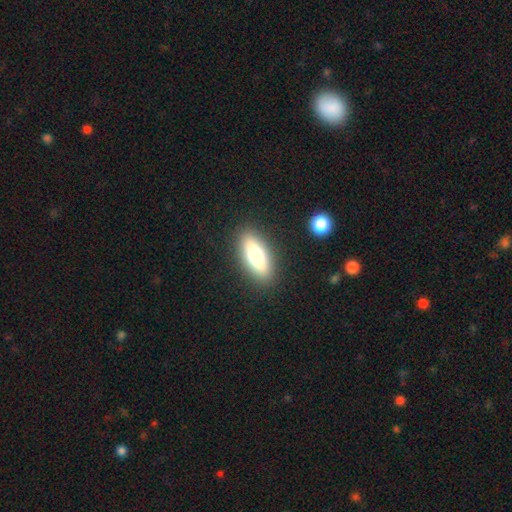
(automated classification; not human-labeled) Smooth or featured? Predicted: smooth (p=0.66). How rounded? Predicted: in between (p=0.66). Merging? Predicted: none (p=0.88).